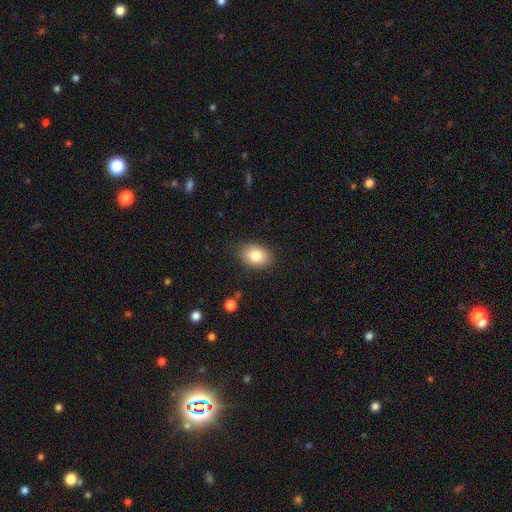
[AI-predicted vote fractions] Overall: smooth (83%). How rounded: in between (77%). Merging: none (83%).